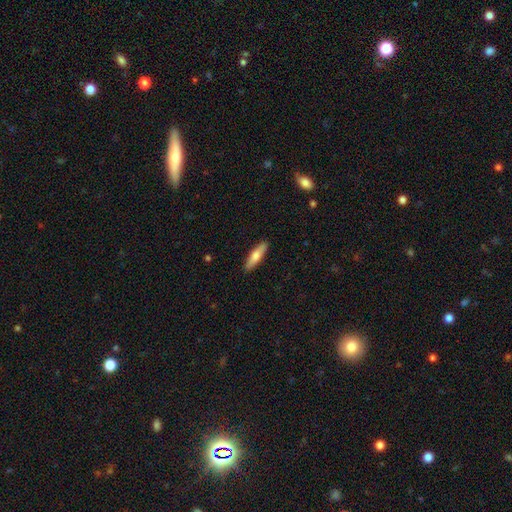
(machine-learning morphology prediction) The model was most divided on "smooth or featured": smooth: 67%, featured or disk: 28%, star or artifact: 5%. More confident: merging — none (90%); how rounded — cigar-shaped (71%).